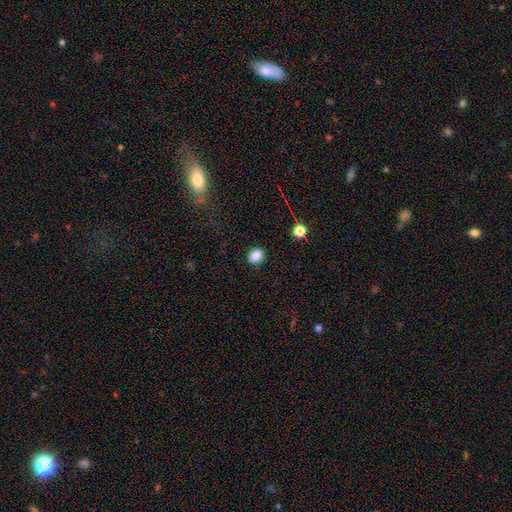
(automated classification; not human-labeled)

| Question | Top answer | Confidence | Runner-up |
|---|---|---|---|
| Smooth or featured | smooth | 87% | star or artifact (10%) |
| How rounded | in between | 59% | round (40%) |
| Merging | none | 88% | minor disturbance (8%) |